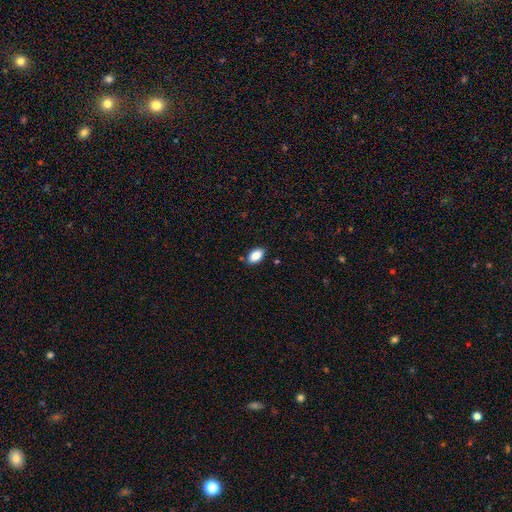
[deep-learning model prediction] A smooth galaxy with no disk features (86%) that is in between round and cigar-shaped (93%). Merging: none (86%).